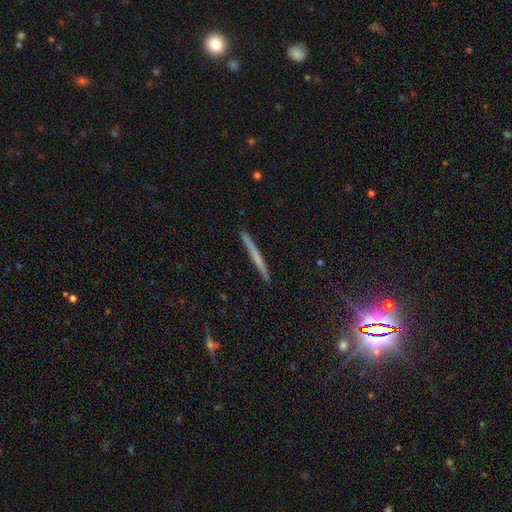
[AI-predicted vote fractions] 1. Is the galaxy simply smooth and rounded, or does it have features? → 46% featured or disk, 45% smooth, 10% star or artifact.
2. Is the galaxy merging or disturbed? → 91% none, 6% minor disturbance, 1% major disturbance, 1% merger.